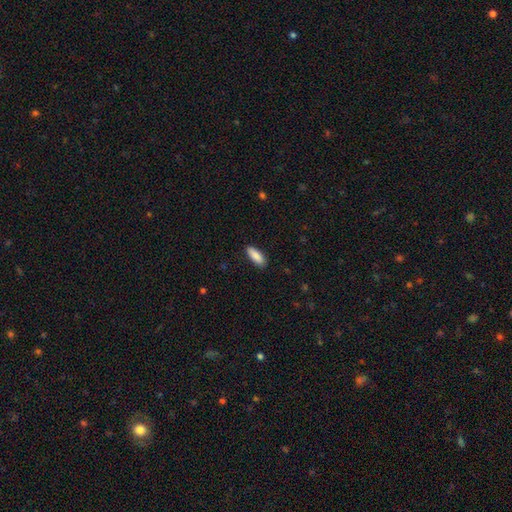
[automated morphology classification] smooth_or_featured: smooth (p=0.88) [alt: featured or disk p=0.06]
how_rounded: in between (p=0.72) [alt: cigar-shaped p=0.26]
merging: none (p=0.88) [alt: minor disturbance p=0.09]